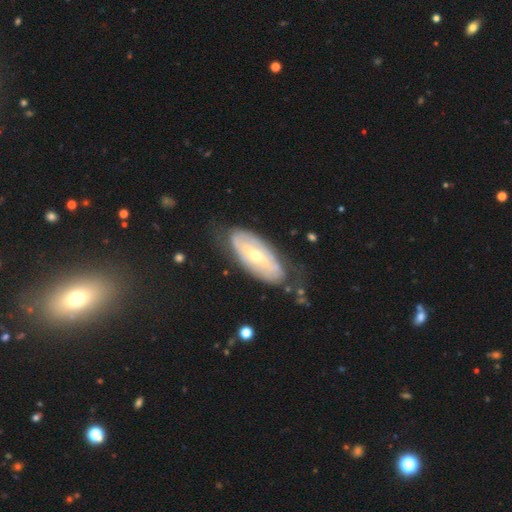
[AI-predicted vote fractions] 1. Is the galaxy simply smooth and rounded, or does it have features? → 69% featured or disk, 25% smooth, 6% star or artifact.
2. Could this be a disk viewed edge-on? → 88% no, 12% yes.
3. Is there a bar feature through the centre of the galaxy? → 53% no, 31% weak, 16% strong.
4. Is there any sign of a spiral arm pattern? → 64% yes, 36% no.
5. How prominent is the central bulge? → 52% small, 45% moderate, 2% large, 1% none, 1% dominant.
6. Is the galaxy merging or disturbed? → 69% none, 21% minor disturbance, 8% major disturbance, 2% merger.